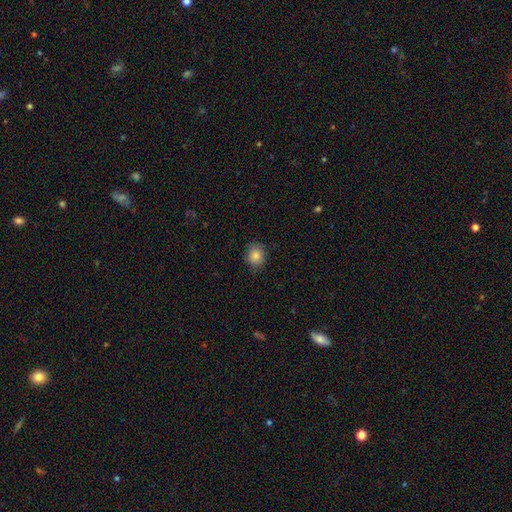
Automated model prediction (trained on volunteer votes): Smooth or featured? smooth (85%)
How rounded? round (68%)
Merging? none (83%)